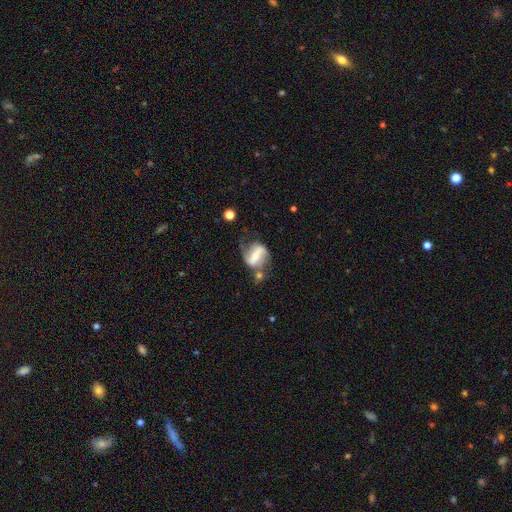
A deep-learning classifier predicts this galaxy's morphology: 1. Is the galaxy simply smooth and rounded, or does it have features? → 77% featured or disk, 16% smooth, 7% star or artifact.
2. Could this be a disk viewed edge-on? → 96% no, 4% yes.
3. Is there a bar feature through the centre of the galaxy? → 57% strong, 30% weak, 13% no.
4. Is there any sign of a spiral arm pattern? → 89% yes, 11% no.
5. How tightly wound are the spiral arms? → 49% loose, 38% medium, 13% tight.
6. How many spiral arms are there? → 83% 2, 9% 1, 5% can't tell, 1% 3, 1% 4, 1% more than 4.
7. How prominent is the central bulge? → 40% small, 38% moderate, 13% none, 7% large, 2% dominant.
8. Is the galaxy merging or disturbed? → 48% none, 21% minor disturbance, 16% major disturbance, 15% merger.